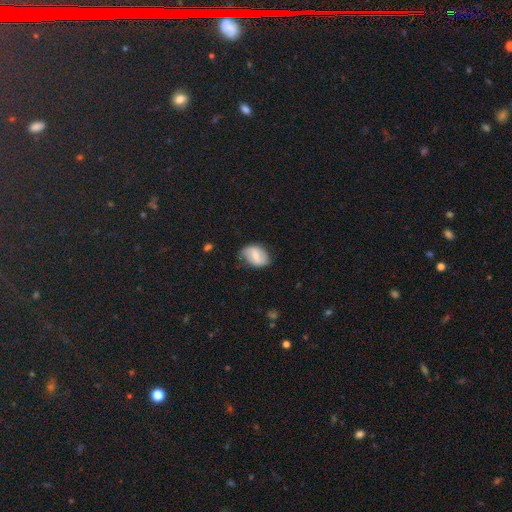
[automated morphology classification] type=smooth (48%); merging=none (67%).